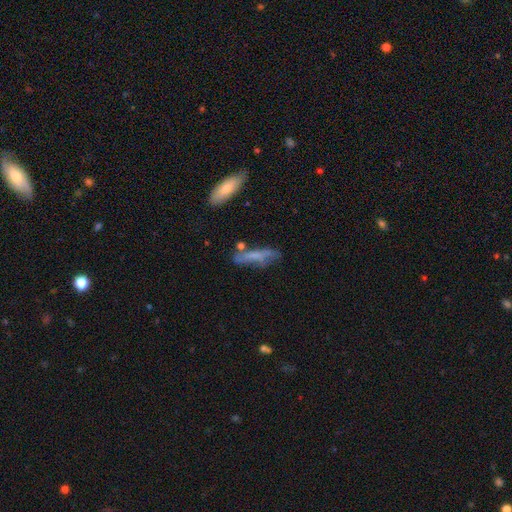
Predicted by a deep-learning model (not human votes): smooth_or_featured: smooth (p=0.54) [alt: featured or disk p=0.37]
how_rounded: cigar-shaped (p=0.69) [alt: in between p=0.28]
merging: none (p=0.57) [alt: minor disturbance p=0.25]